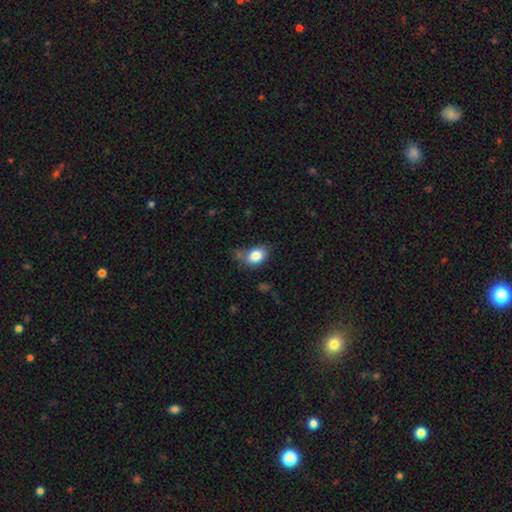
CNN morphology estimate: smooth_or_featured: smooth (p=0.84) [alt: star or artifact p=0.09]
how_rounded: in between (p=0.76) [alt: round p=0.23]
merging: none (p=0.59) [alt: minor disturbance p=0.25]